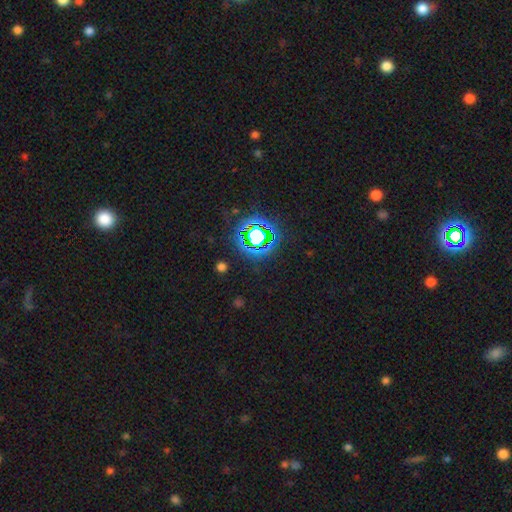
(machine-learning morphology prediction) smooth-or-featured: star or artifact: 77% | smooth: 16% | featured or disk: 7%